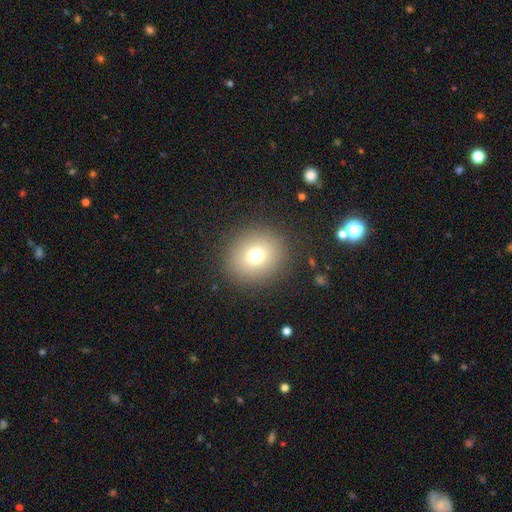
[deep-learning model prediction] Smooth or featured: smooth — 74% (star or artifact — 14%)
How rounded: round — 80% (in between — 19%)
Merging: none — 88% (minor disturbance — 7%)